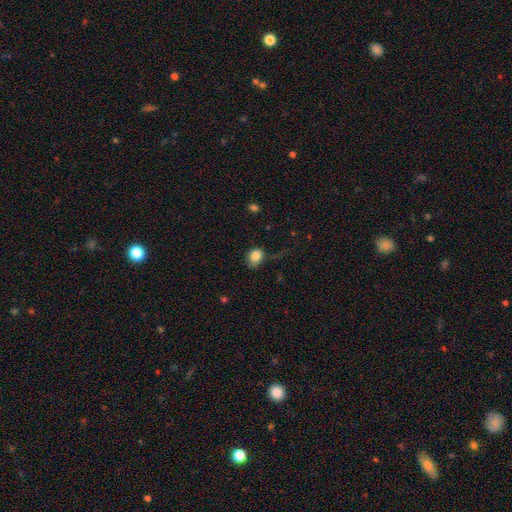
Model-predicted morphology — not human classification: Q: Smooth or featured?
A: smooth (83%); runner-up: star or artifact (10%)
Q: How rounded?
A: in between (54%); runner-up: round (45%)
Q: Merging?
A: none (53%); runner-up: minor disturbance (30%)